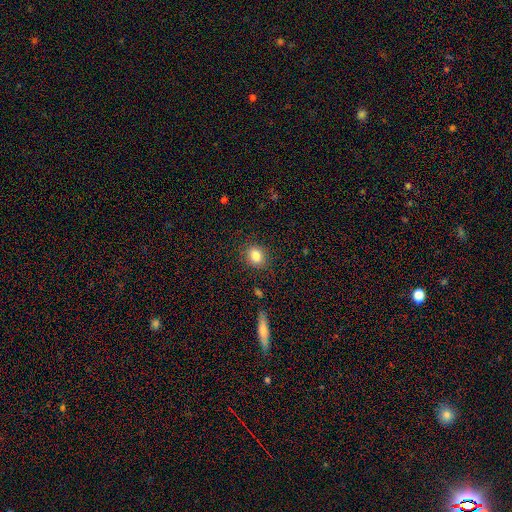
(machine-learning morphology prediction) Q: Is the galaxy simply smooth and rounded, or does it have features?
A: smooth — 83%.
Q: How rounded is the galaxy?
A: round — 57%.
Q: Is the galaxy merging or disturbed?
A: none — 87%.